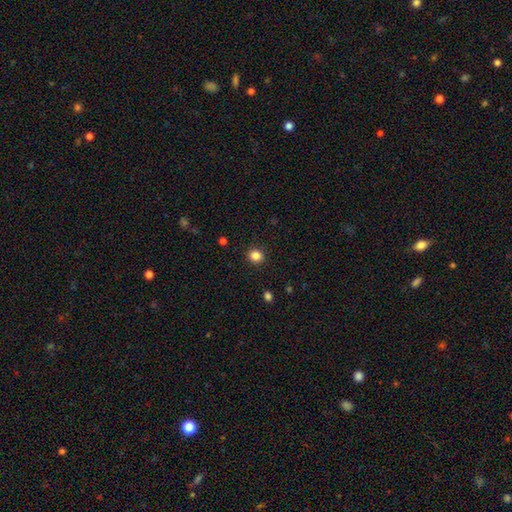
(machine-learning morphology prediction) Smooth or featured? smooth (85%)
How rounded? round (81%)
Merging? none (91%)